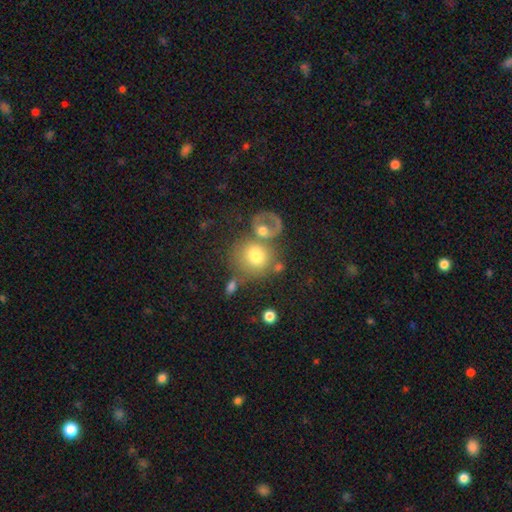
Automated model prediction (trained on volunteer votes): smooth_or_featured: smooth (p=0.69) [alt: featured or disk p=0.21]
how_rounded: round (p=0.79) [alt: in between p=0.20]
merging: none (p=0.40) [alt: merger p=0.38]